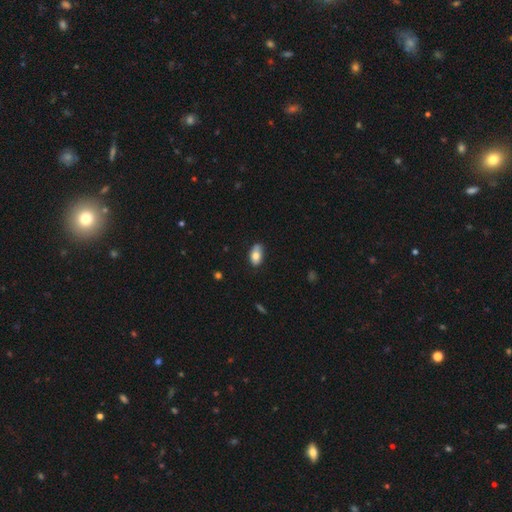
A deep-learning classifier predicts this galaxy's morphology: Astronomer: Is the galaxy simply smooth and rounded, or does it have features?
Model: smooth — 77%.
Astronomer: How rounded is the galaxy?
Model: in between — 92%.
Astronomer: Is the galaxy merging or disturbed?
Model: none — 66%.